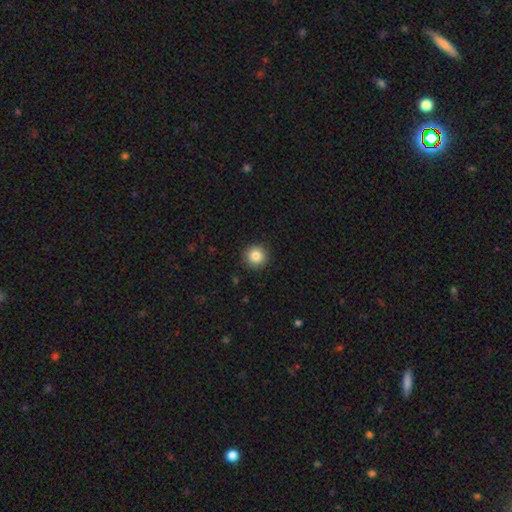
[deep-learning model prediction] Smooth or featured?
  - smooth: 85% *
  - star or artifact: 10%
  - featured or disk: 6%
How rounded?
  - round: 95% *
  - in between: 4%
  - cigar-shaped: 1%
Merging?
  - none: 92% *
  - minor disturbance: 6%
  - major disturbance: 2%
  - merger: 1%